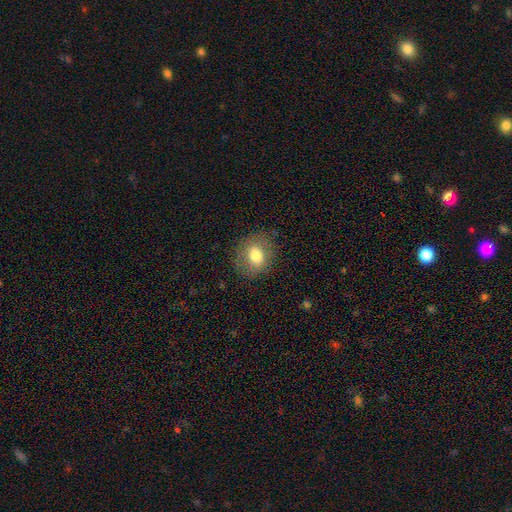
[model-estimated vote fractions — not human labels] Q: Smooth or featured?
A: smooth (74%); runner-up: featured or disk (17%)
Q: How rounded?
A: round (55%); runner-up: in between (44%)
Q: Merging?
A: none (81%); runner-up: minor disturbance (13%)